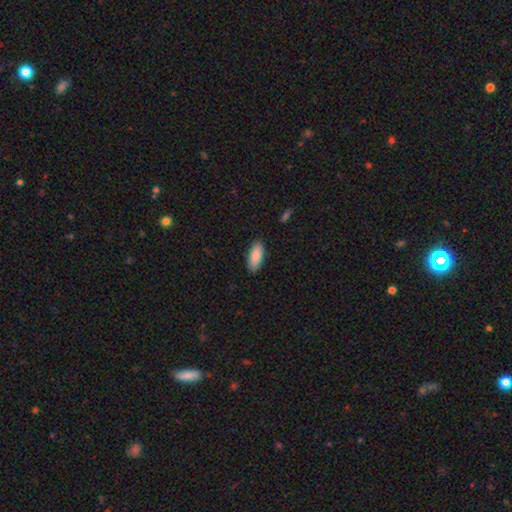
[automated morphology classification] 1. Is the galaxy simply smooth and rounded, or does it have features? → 88% smooth, 6% featured or disk, 6% star or artifact.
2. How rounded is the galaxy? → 83% in between, 15% cigar-shaped, 2% round.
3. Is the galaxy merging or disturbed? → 88% none, 9% minor disturbance, 2% major disturbance, 1% merger.